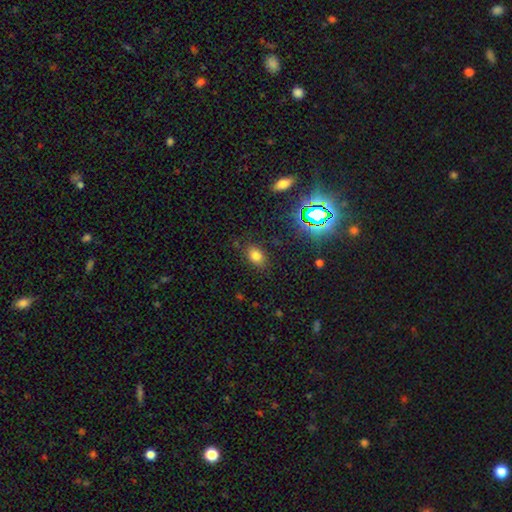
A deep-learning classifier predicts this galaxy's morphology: Smooth or featured? Predicted: smooth (p=0.74). How rounded? Predicted: in between (p=0.77). Merging? Predicted: none (p=0.83).